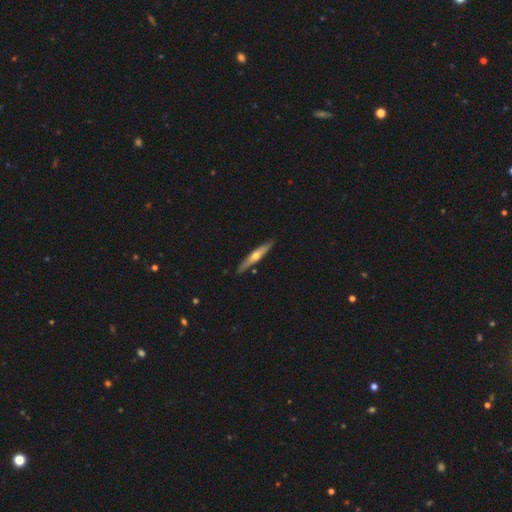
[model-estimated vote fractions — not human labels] This is likely a featured or disk galaxy (63%). It is clearly viewed edge-on (94%). Edge-on bulge: clearly rounded (88%). Merging: clearly none (89%).